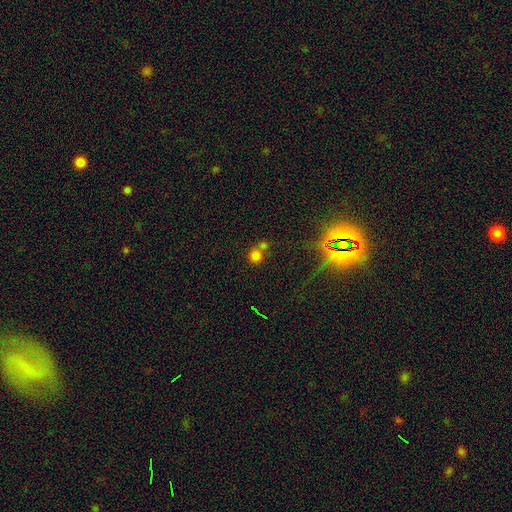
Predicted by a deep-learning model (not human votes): Smooth or featured?
  - smooth: 71% *
  - star or artifact: 21%
  - featured or disk: 8%
How rounded?
  - round: 88% *
  - in between: 11%
  - cigar-shaped: 1%
Merging?
  - none: 51% *
  - merger: 37%
  - minor disturbance: 8%
  - major disturbance: 4%